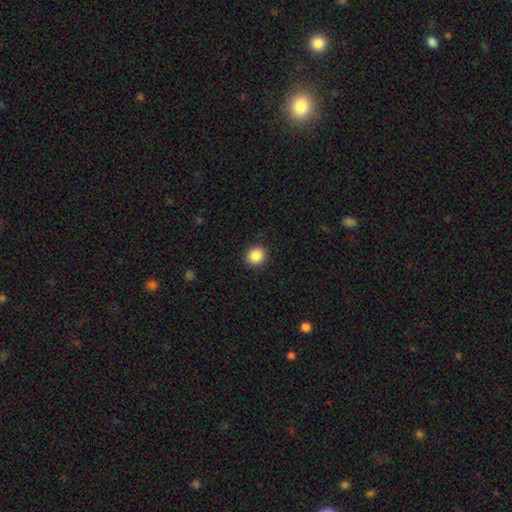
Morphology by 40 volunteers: smooth-or-featured: smooth: 92% | featured or disk: 5% | star or artifact: 2%
  how-rounded: round: 97% | in between: 3% | cigar-shaped: 0%
  merging: none: 90% | minor disturbance: 8% | major disturbance: 3% | merger: 0%